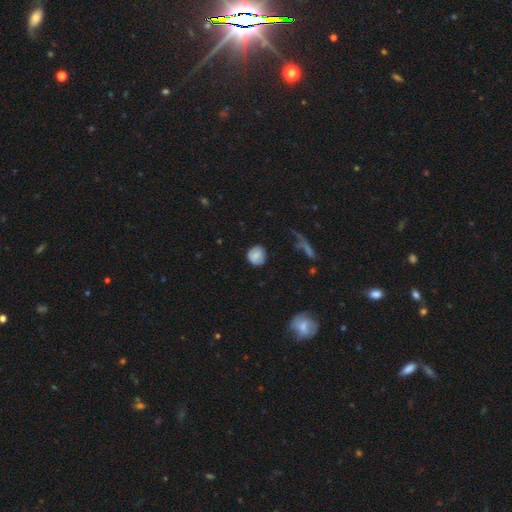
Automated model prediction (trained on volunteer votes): A smooth galaxy with no disk features (80%) that is round (81%).

Vote fractions:
- Smooth or featured? smooth: 80% / featured or disk: 12% / star or artifact: 8%
- How rounded? round: 81% / in between: 18% / cigar-shaped: 1%
- Merging? none: 79% / minor disturbance: 16% / major disturbance: 3% / merger: 2%